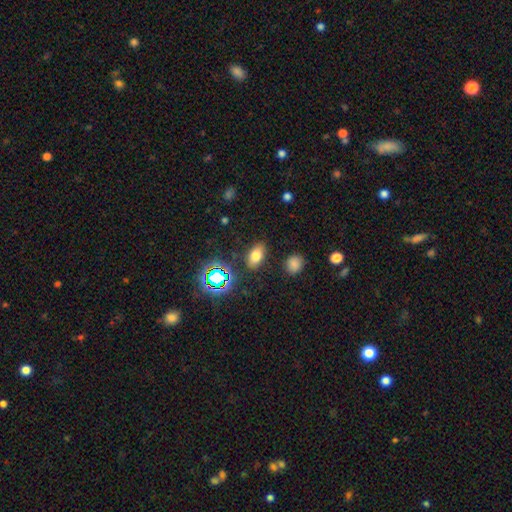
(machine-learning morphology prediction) smooth_or_featured: smooth (p=0.70) [alt: star or artifact p=0.19]
how_rounded: in between (p=0.88) [alt: round p=0.09]
merging: none (p=0.84) [alt: minor disturbance p=0.10]